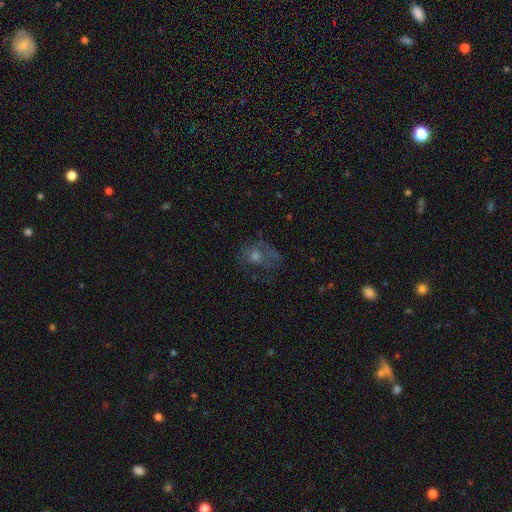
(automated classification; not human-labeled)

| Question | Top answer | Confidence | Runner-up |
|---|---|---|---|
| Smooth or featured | smooth | 41% | featured or disk (36%) |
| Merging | none | 46% | major disturbance (29%) |